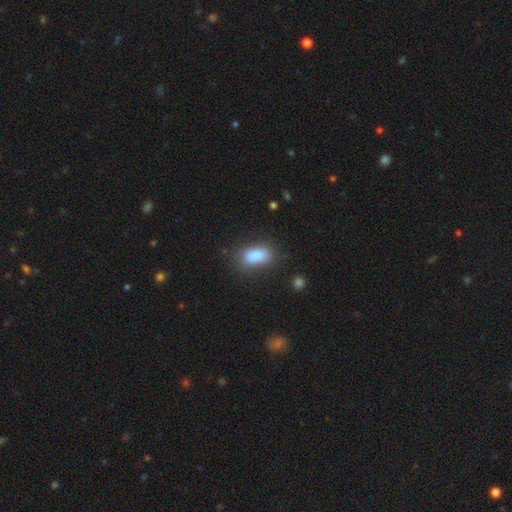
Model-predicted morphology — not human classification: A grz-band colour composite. It shows a smooth galaxy with no disk features (85%) that is in between round and cigar-shaped (87%). Merging: none (70%).